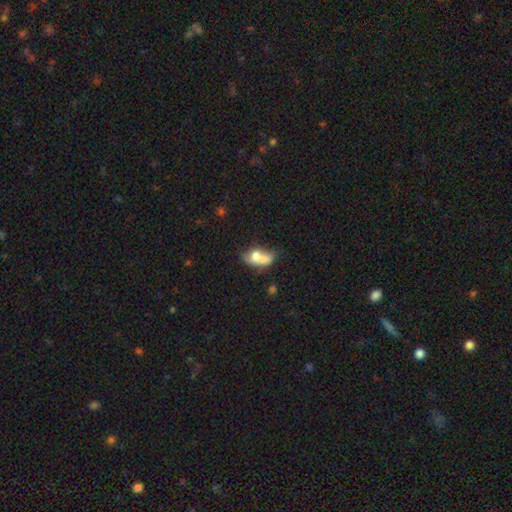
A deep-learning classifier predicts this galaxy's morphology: The model was most divided on "merging": merger: 54%, none: 20%, minor disturbance: 13%, major disturbance: 13%. More confident: how rounded — in between (77%); smooth or featured — smooth (65%).